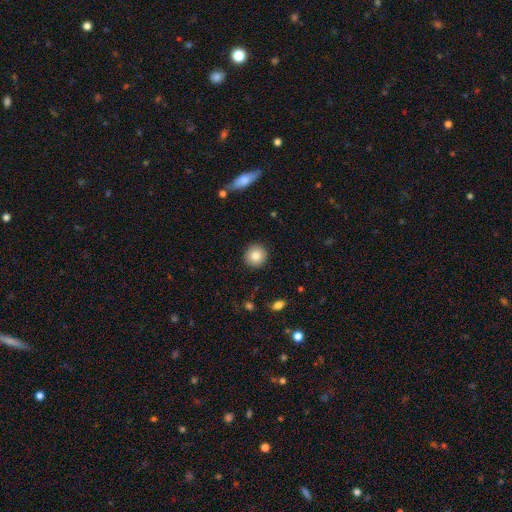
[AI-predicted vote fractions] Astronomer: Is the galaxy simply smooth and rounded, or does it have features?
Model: smooth — 82%.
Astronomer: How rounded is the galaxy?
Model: round — 93%.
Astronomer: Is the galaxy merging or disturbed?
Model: none — 91%.